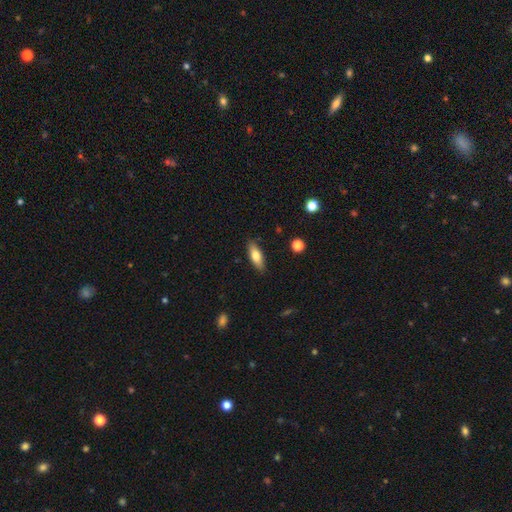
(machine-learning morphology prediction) This appears to be a smooth galaxy with no disk features (73%) that is in between round and cigar-shaped (65%). Merging: none (85%).